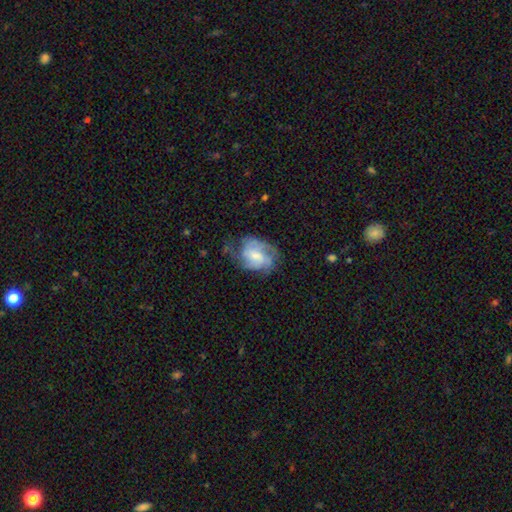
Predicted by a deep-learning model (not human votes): This is likely a featured or disk galaxy (70%). It is clearly not viewed edge-on (98%). Bar: possibly no (48%). Spiral arm pattern: clearly yes (87%). Spiral arm count: marginally can't tell (32%). Spiral winding: possibly medium (46%). Central bulge: marginally small (41%). Merging: possibly none (47%).